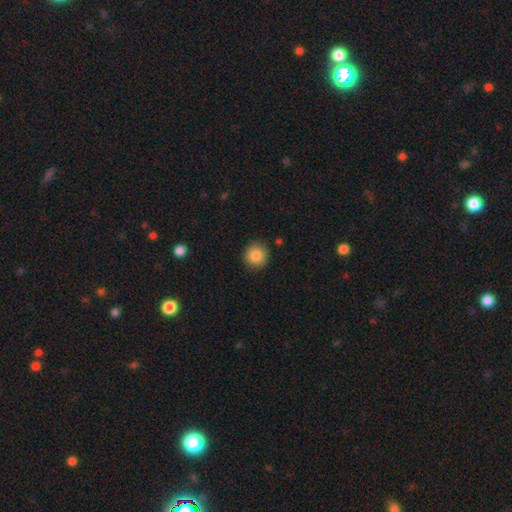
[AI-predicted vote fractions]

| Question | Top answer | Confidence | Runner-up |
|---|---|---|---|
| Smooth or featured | smooth | 85% | star or artifact (9%) |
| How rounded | round | 93% | in between (6%) |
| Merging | none | 91% | minor disturbance (6%) |